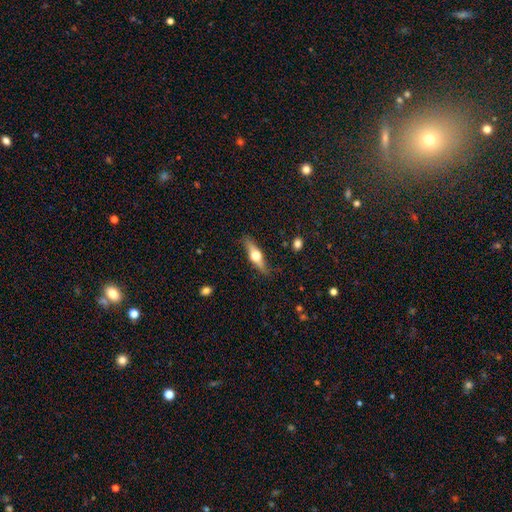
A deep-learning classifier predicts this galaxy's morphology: Overall: featured or disk (59%; smooth 36%). Edge-on disk: yes (92%). Edge-on bulge: rounded (95%). Merging: none (83%).